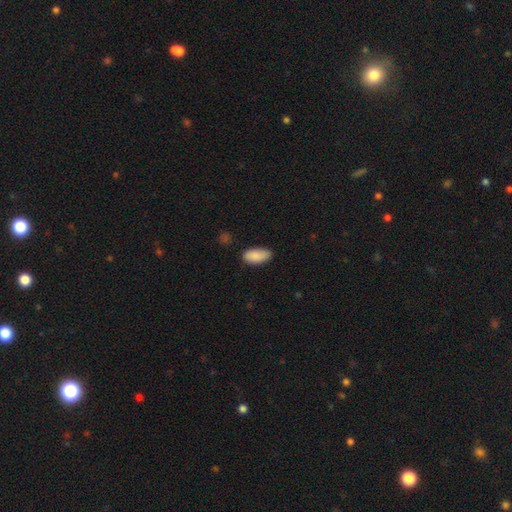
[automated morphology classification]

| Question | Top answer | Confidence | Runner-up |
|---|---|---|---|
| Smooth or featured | smooth | 89% | star or artifact (6%) |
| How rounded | in between | 92% | cigar-shaped (6%) |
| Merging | none | 80% | minor disturbance (16%) |